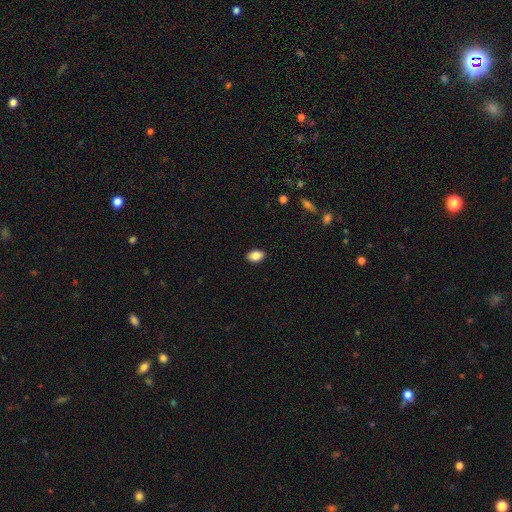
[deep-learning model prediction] Overall: smooth (86%). How rounded: in between (89%). Merging: none (90%).